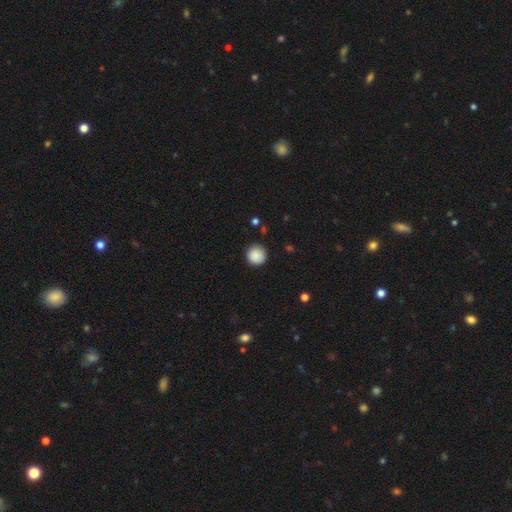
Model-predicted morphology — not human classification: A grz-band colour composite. It shows a smooth galaxy with no disk features (88%) that is round (96%). Merging: none (90%).